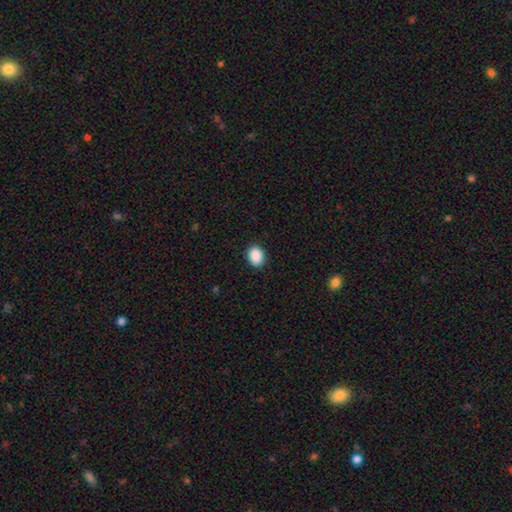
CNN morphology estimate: The model was most divided on "how rounded": in between: 60%, round: 39%, cigar-shaped: 1%. More confident: smooth or featured — smooth (90%); merging — none (90%).